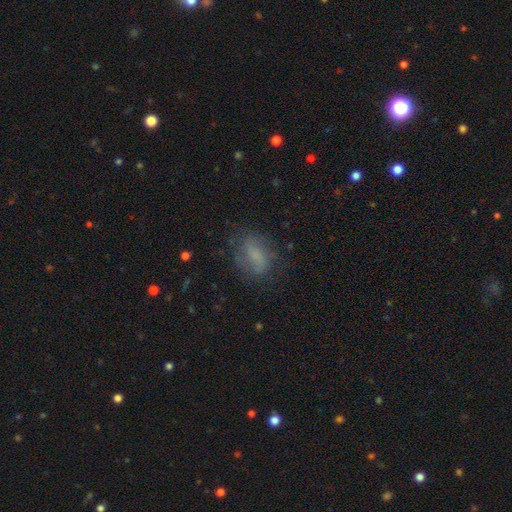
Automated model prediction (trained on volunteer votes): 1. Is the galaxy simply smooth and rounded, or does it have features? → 61% smooth, 27% featured or disk, 12% star or artifact.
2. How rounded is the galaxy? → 78% in between, 19% round, 3% cigar-shaped.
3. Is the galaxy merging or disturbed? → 63% none, 22% minor disturbance, 13% major disturbance, 2% merger.